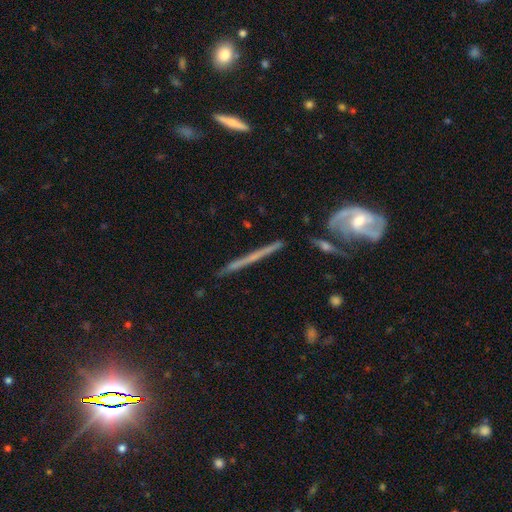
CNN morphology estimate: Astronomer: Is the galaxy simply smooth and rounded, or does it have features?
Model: featured or disk — 68%.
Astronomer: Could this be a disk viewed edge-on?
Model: yes — 88%.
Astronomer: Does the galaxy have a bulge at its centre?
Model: none — 72%.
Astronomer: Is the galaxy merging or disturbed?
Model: none — 76%.